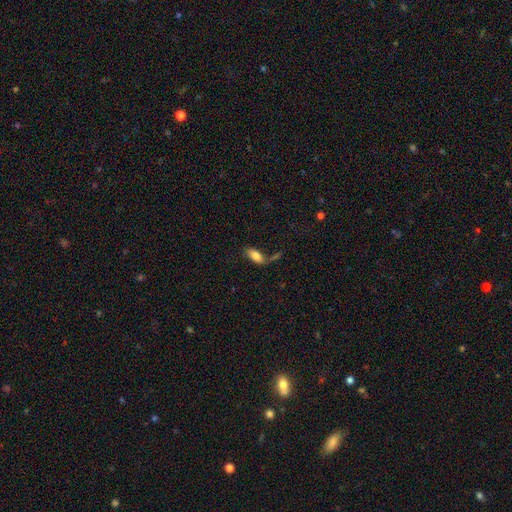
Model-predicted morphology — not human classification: Q: Smooth or featured?
A: smooth (77%); runner-up: featured or disk (15%)
Q: How rounded?
A: in between (87%); runner-up: cigar-shaped (10%)
Q: Merging?
A: none (53%); runner-up: merger (20%)